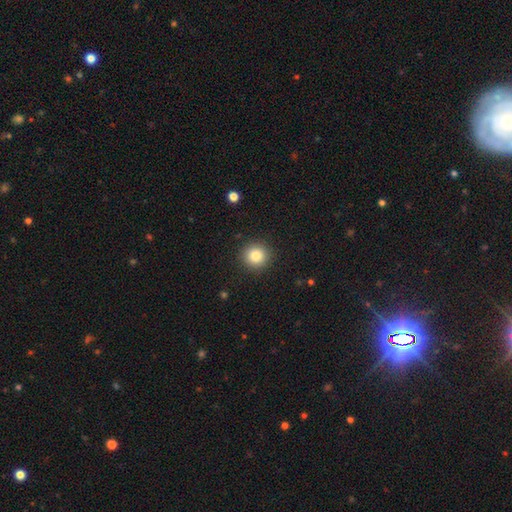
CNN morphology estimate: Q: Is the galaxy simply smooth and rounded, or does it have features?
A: smooth — 83%.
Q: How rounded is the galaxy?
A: round — 93%.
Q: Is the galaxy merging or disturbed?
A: none — 91%.